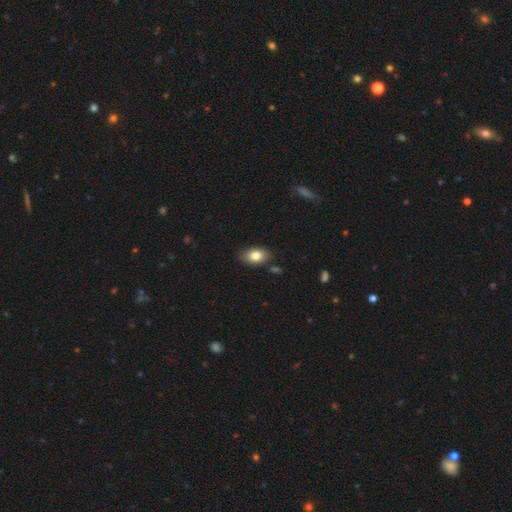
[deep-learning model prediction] Smooth or featured? Predicted: smooth (p=0.82). How rounded? Predicted: in between (p=0.85). Merging? Predicted: none (p=0.82).